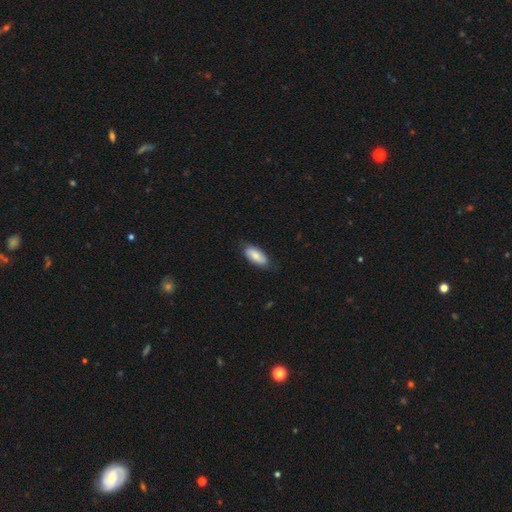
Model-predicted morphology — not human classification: The model was most divided on "smooth or featured": smooth: 77%, featured or disk: 17%, star or artifact: 6%. More confident: how rounded — in between (89%); merging — none (78%).